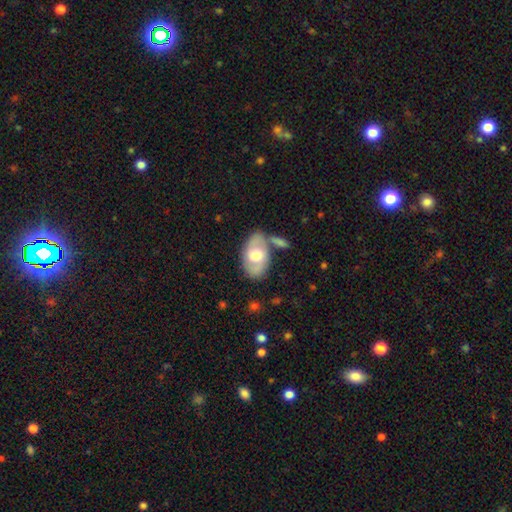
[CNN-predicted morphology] type=featured or disk (48%); merging=none (59%).